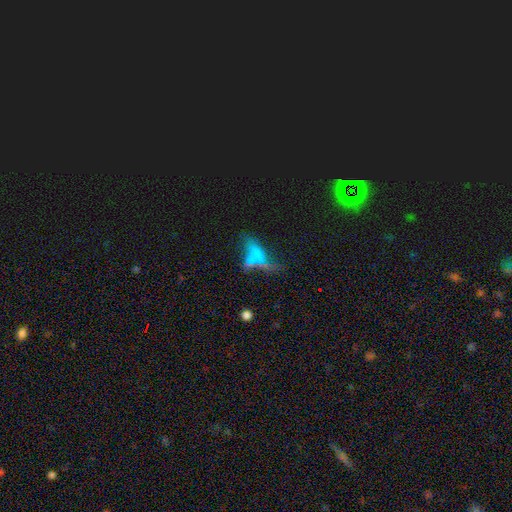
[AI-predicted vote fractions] A featured or disk galaxy (41%).

Vote fractions:
- Smooth or featured? featured or disk: 41% / smooth: 40% / star or artifact: 20%
- Merging? major disturbance: 38% / merger: 23% / none: 23% / minor disturbance: 16%